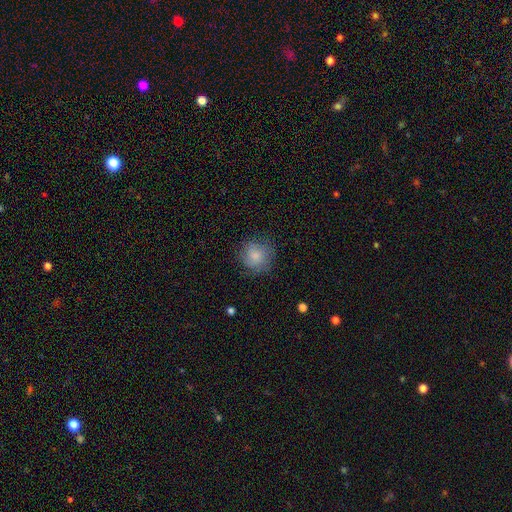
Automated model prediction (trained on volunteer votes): The model was most divided on "merging": none: 75%, minor disturbance: 18%, major disturbance: 6%, merger: 1%. More confident: how rounded — round (90%); smooth or featured — smooth (80%).